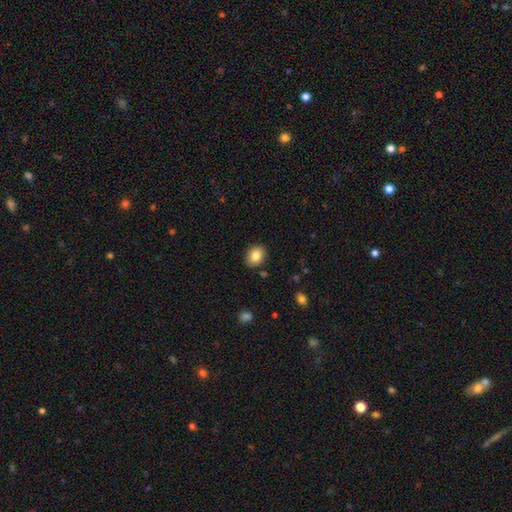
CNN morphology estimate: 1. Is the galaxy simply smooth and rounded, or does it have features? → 83% smooth, 9% star or artifact, 8% featured or disk.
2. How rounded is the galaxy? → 58% in between, 41% round, 1% cigar-shaped.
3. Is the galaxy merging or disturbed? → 86% none, 10% minor disturbance, 2% major disturbance, 2% merger.